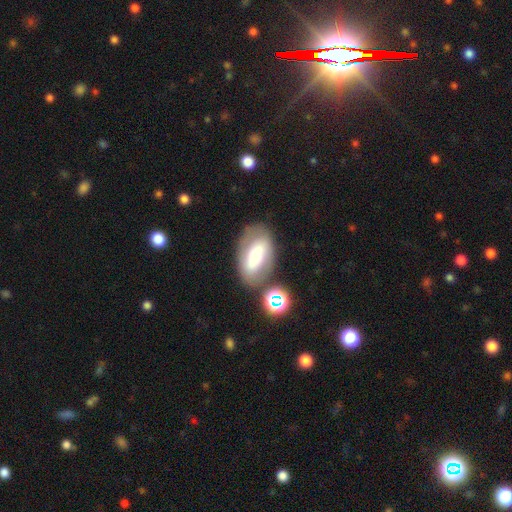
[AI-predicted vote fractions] smooth 47%, featured or disk 43%, star or artifact 10%. Down the decision tree: merging — none (68%).